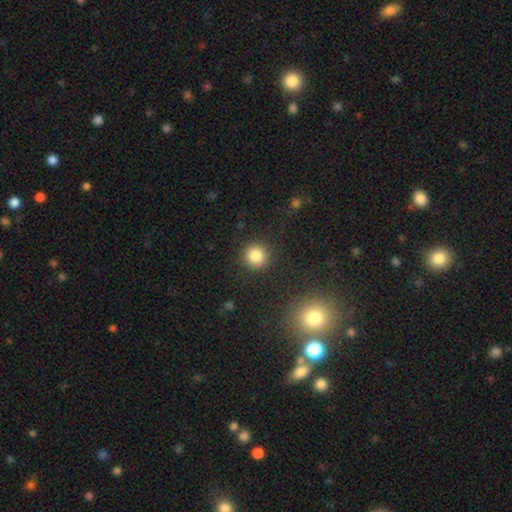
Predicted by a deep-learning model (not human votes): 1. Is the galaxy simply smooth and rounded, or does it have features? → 83% smooth, 12% star or artifact, 5% featured or disk.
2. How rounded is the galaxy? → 93% round, 6% in between, 1% cigar-shaped.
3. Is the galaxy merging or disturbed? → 90% none, 6% minor disturbance, 3% major disturbance, 2% merger.